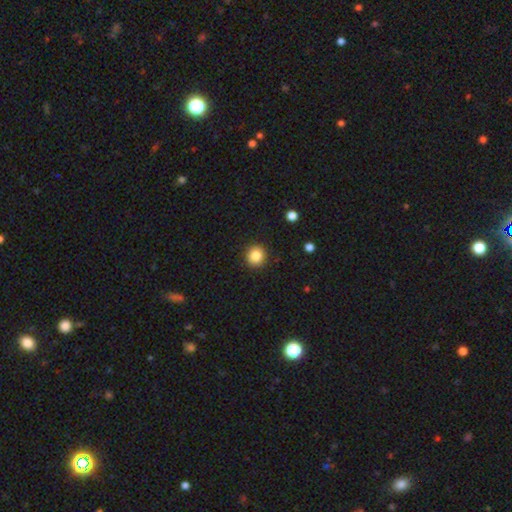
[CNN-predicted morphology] This appears to be a smooth galaxy with no disk features (84%) that is round (91%). Merging: none (91%).